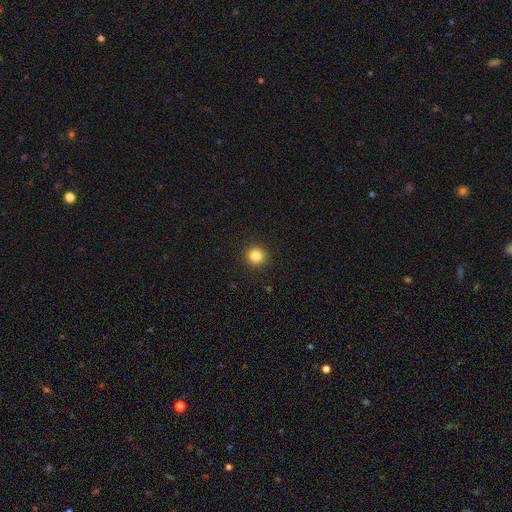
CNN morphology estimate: This is clearly a smooth galaxy (83%). How rounded: clearly round (94%). Merging: clearly none (92%).